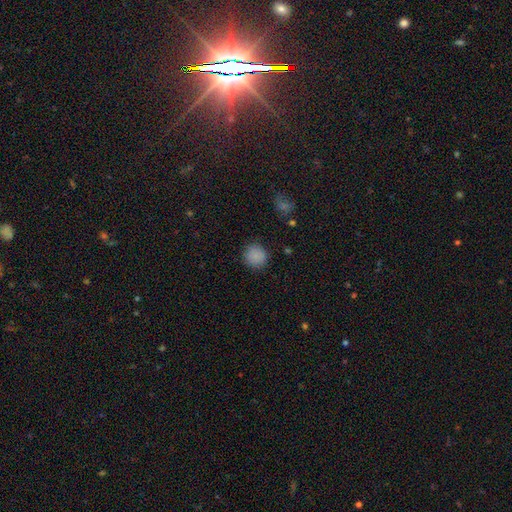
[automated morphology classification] Smooth or featured? smooth (86%)
How rounded? round (91%)
Merging? none (88%)